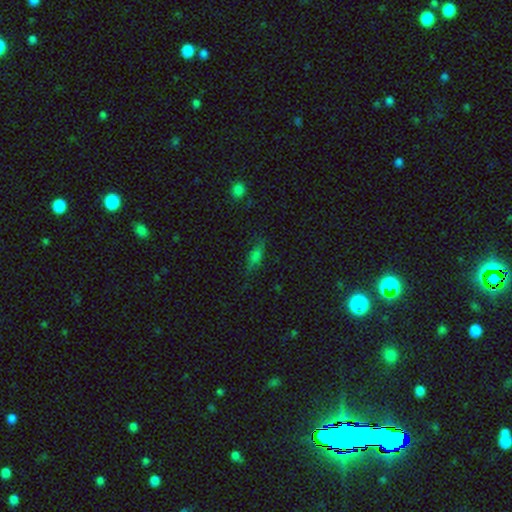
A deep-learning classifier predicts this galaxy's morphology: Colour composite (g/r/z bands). It shows a smooth galaxy with no disk features (63%) that is in between round and cigar-shaped (59%). Merging: none (74%).